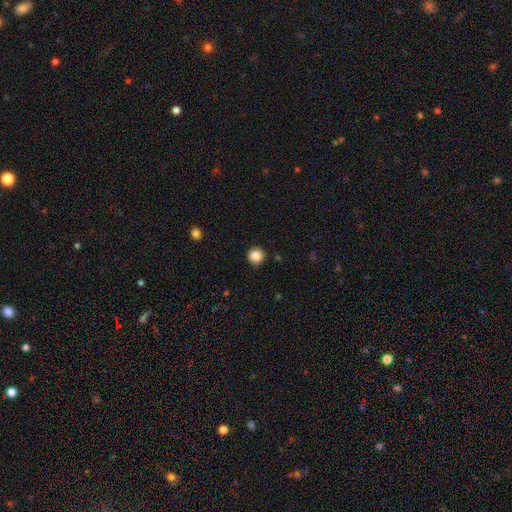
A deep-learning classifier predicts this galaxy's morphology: Overall: smooth (87%). How rounded: round (94%). Merging: none (90%).